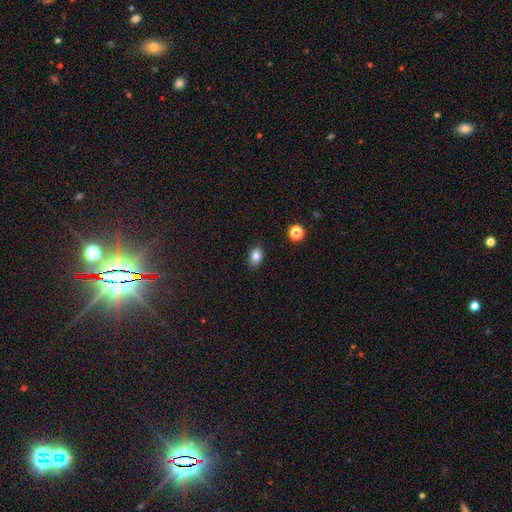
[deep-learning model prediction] A smooth galaxy with no disk features (83%) that is in between round and cigar-shaped (76%).

Vote fractions:
- Smooth or featured? smooth: 83% / star or artifact: 10% / featured or disk: 7%
- How rounded? in between: 76% / round: 23% / cigar-shaped: 1%
- Merging? none: 88% / minor disturbance: 9% / major disturbance: 2% / merger: 1%